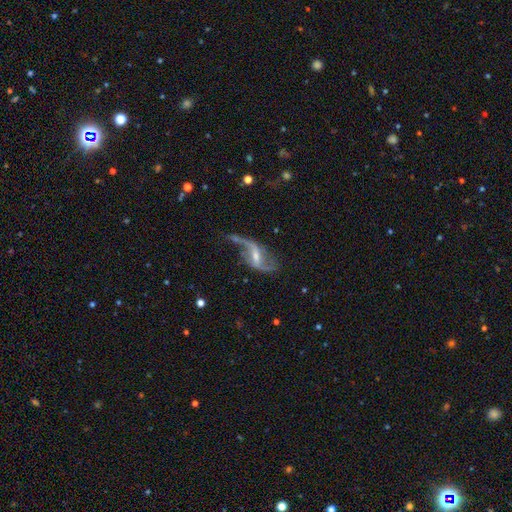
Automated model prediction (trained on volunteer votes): smooth_or_featured: featured or disk (p=0.88) [alt: smooth p=0.07]
disk_edge_on: no (p=0.95) [alt: yes p=0.05]
bar: weak (p=0.47) [alt: strong p=0.37]
has_spiral_arms: yes (p=0.93) [alt: no p=0.07]
spiral_winding: loose (p=0.87) [alt: medium p=0.10]
spiral_arm_count: 2 (p=0.88) [alt: 1 p=0.07]
bulge_size: small (p=0.49) [alt: moderate p=0.39]
merging: none (p=0.50) [alt: major disturbance p=0.22]